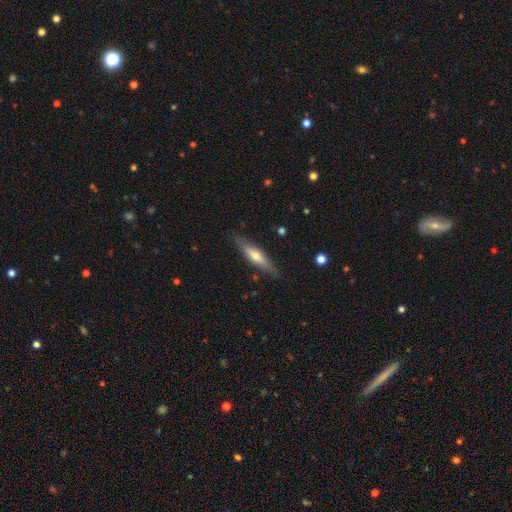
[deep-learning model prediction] Smooth or featured? Predicted: featured or disk (p=0.48). Merging? Predicted: none (p=0.84).